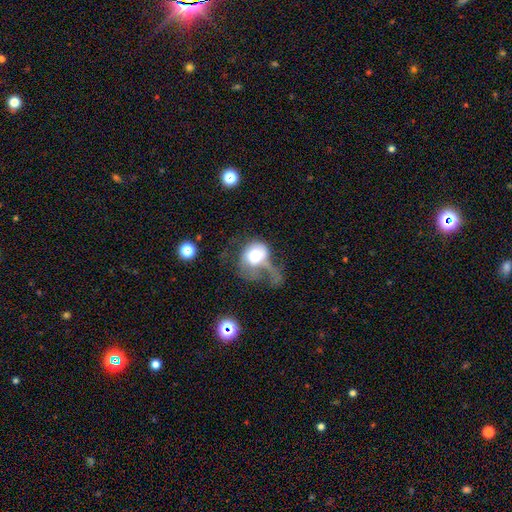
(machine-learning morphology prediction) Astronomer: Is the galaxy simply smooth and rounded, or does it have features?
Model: smooth — 59%.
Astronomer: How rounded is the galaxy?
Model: round — 61% (runner-up: in between, 38%).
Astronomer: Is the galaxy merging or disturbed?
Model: major disturbance — 58%.